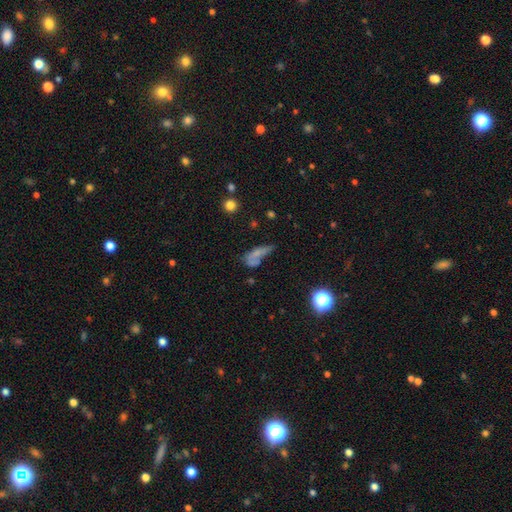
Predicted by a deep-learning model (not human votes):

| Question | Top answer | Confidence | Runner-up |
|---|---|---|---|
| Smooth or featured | smooth | 55% | featured or disk (28%) |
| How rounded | in between | 61% | cigar-shaped (30%) |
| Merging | major disturbance | 29% | merger (26%) |